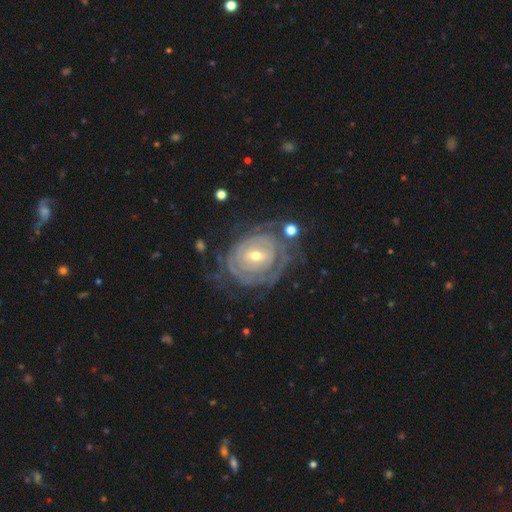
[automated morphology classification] type=featured or disk (87%); edge-on=no (96%); bar=weak (45%); spiral arms=yes (89%); winding=tight (82%); arm count=can't tell (47%); bulge=small (52%); merging=none (63%).